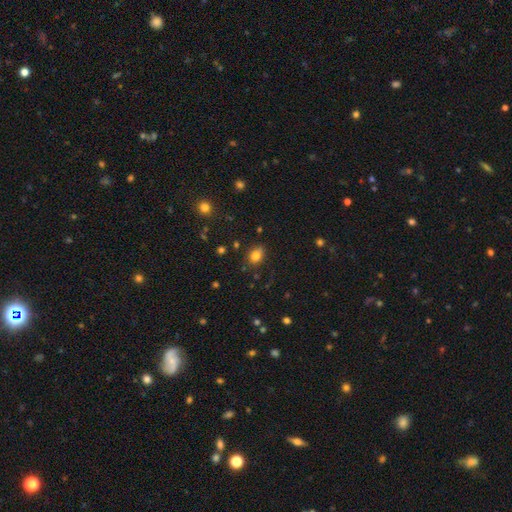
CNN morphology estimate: Smooth or featured: smooth — 80% (star or artifact — 12%)
How rounded: in between — 64% (round — 35%)
Merging: none — 78% (minor disturbance — 15%)